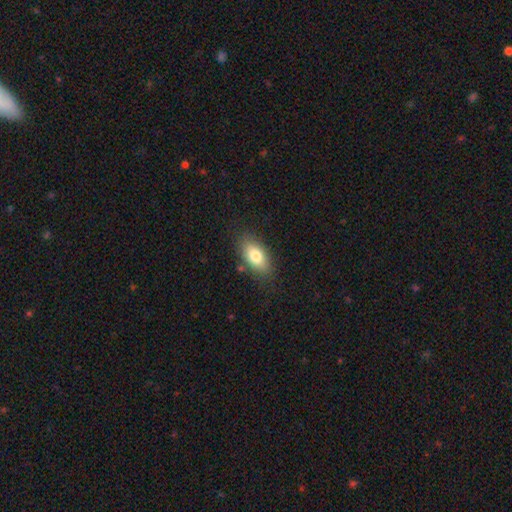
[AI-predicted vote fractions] This is likely a smooth galaxy (79%). How rounded: clearly in between (90%). Merging: clearly none (81%).